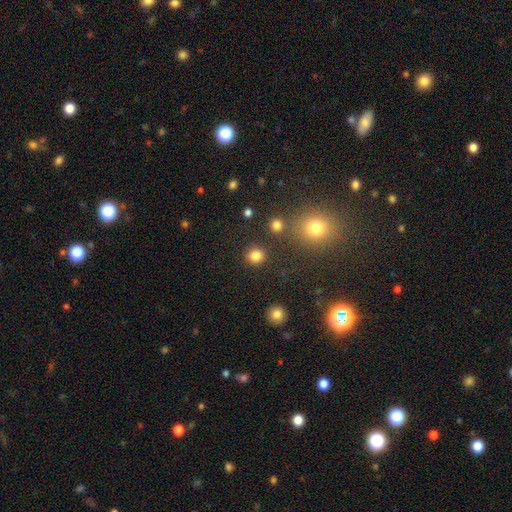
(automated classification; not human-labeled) Smooth or featured?
  - smooth: 83% *
  - star or artifact: 13%
  - featured or disk: 4%
How rounded?
  - round: 90% *
  - in between: 9%
  - cigar-shaped: 1%
Merging?
  - none: 87% *
  - minor disturbance: 7%
  - merger: 4%
  - major disturbance: 3%